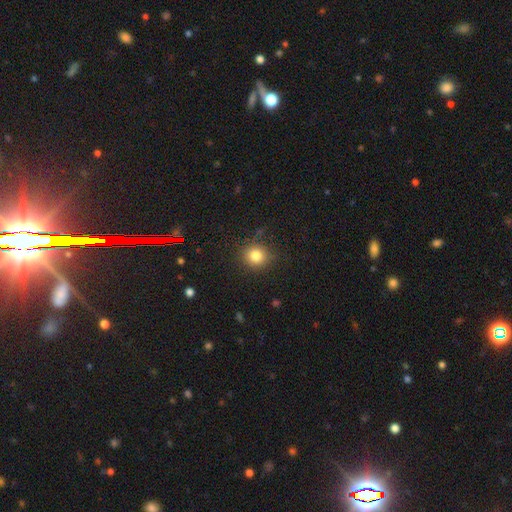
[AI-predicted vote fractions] smooth-or-featured: smooth: 81% | star or artifact: 12% | featured or disk: 6%
  how-rounded: round: 85% | in between: 14% | cigar-shaped: 1%
  merging: none: 84% | minor disturbance: 11% | major disturbance: 3% | merger: 1%